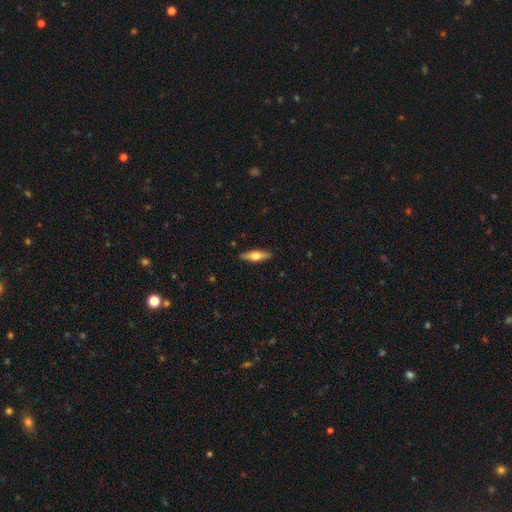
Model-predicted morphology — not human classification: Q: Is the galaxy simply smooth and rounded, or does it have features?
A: featured or disk — 49%.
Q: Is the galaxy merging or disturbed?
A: none — 90%.